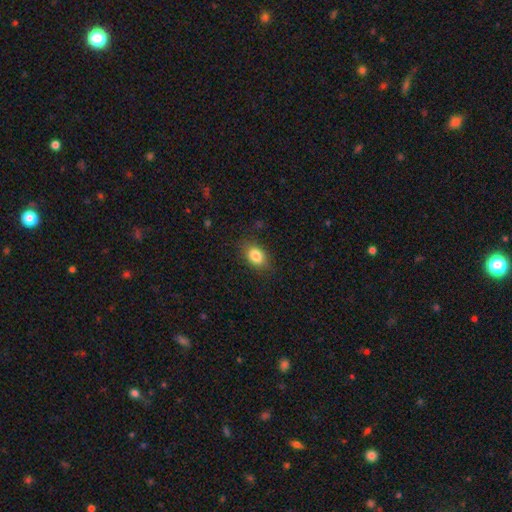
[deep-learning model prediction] smooth-or-featured: smooth: 84% | star or artifact: 9% | featured or disk: 7%
  how-rounded: in between: 76% | round: 23% | cigar-shaped: 1%
  merging: none: 82% | minor disturbance: 13% | major disturbance: 4% | merger: 1%